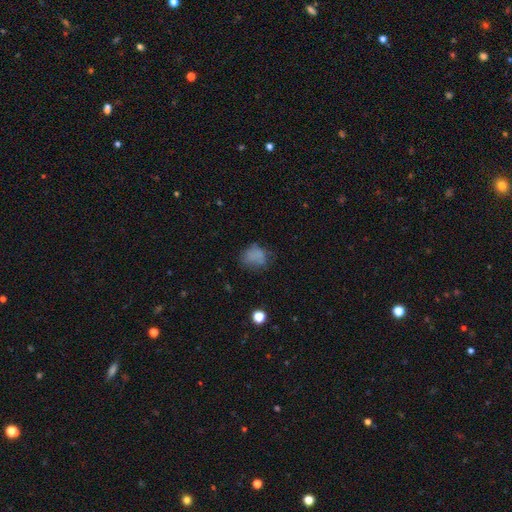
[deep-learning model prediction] Smooth or featured? Predicted: smooth (p=0.72). How rounded? Predicted: round (p=0.55). Merging? Predicted: none (p=0.53).